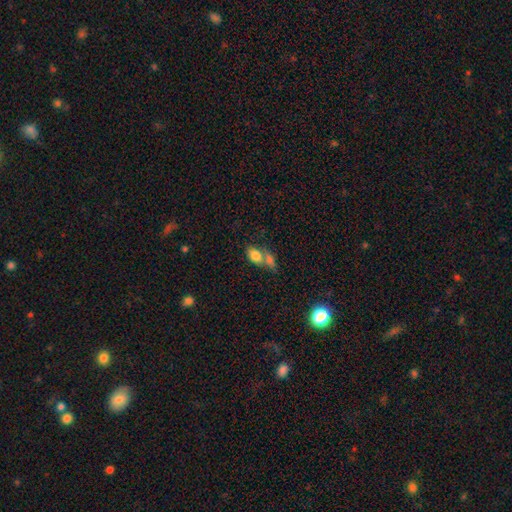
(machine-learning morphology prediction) smooth_or_featured: smooth (p=0.78) [alt: featured or disk p=0.13]
how_rounded: in between (p=0.85) [alt: round p=0.11]
merging: merger (p=0.57) [alt: none p=0.27]